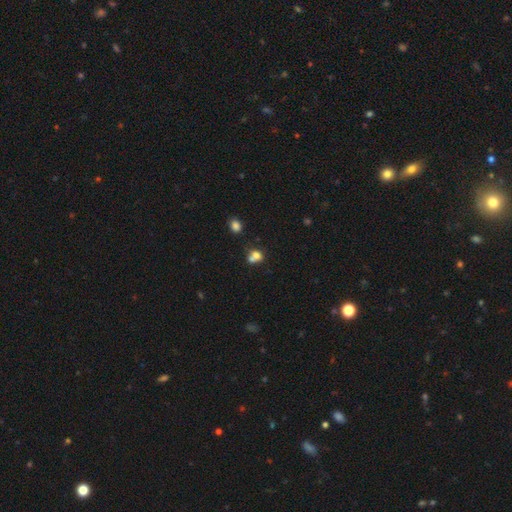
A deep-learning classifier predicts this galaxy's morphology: The model was most divided on "merging": merger: 52%, none: 32%, minor disturbance: 10%, major disturbance: 6%. More confident: smooth or featured — smooth (71%); how rounded — round (62%).